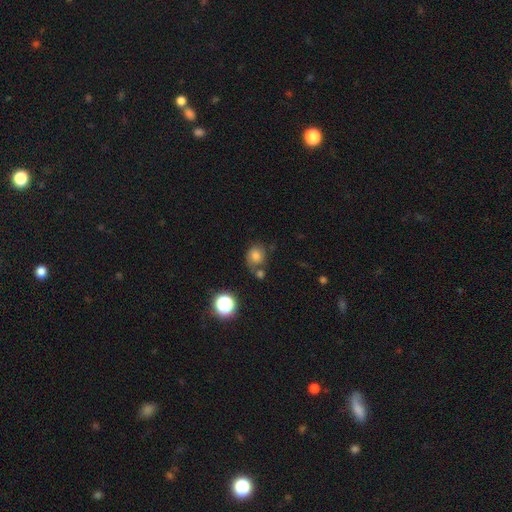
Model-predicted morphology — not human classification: smooth 66%, featured or disk 18%, star or artifact 16%. Down the decision tree: how rounded — round (72%); merging — none (54%).